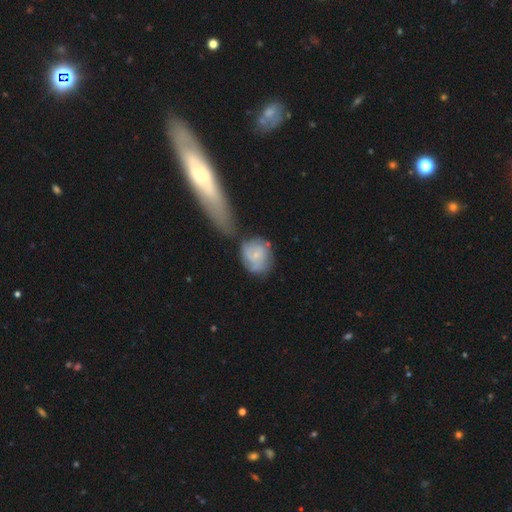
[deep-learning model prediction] A featured or disk galaxy (55%) with no bar (69%), spiral arms (80%) and a small central bulge (76%). Merging: none (45%).